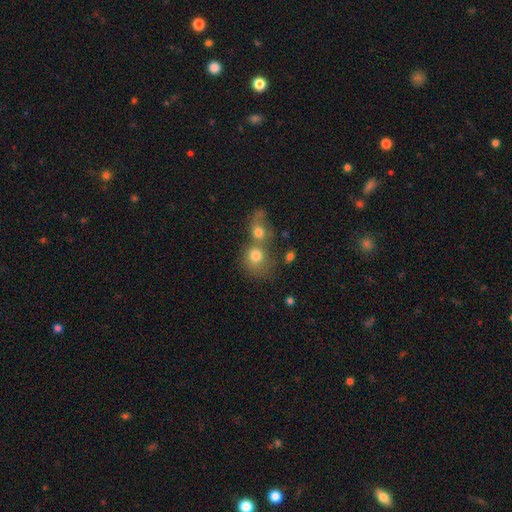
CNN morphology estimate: Smooth or featured: smooth — 75% (featured or disk — 14%)
How rounded: round — 75% (in between — 23%)
Merging: merger — 58% (none — 28%)